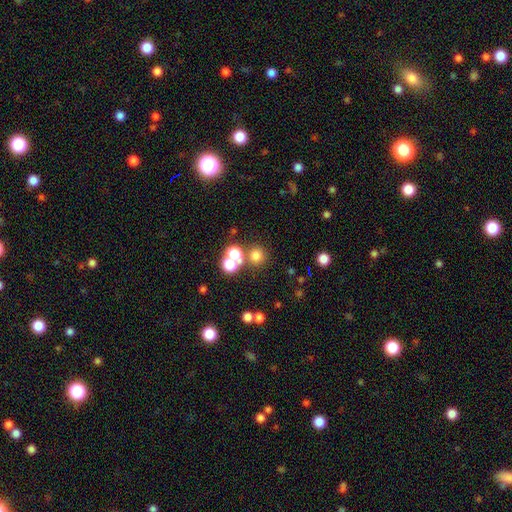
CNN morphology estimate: smooth_or_featured: smooth (p=0.69) [alt: star or artifact p=0.22]
how_rounded: round (p=0.92) [alt: in between p=0.07]
merging: none (p=0.69) [alt: merger p=0.20]